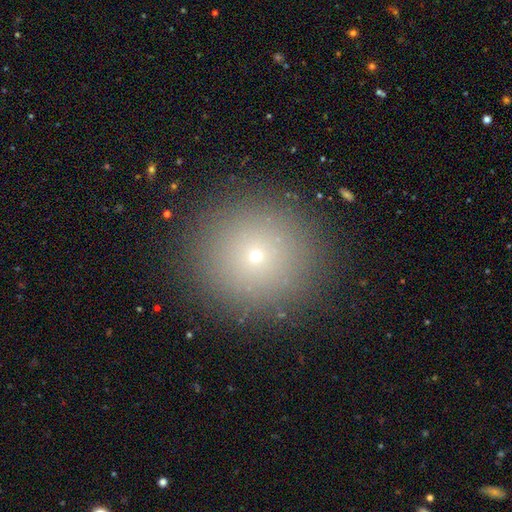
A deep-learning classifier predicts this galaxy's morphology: This is likely a smooth galaxy (68%). How rounded: clearly round (94%). Merging: clearly none (91%).